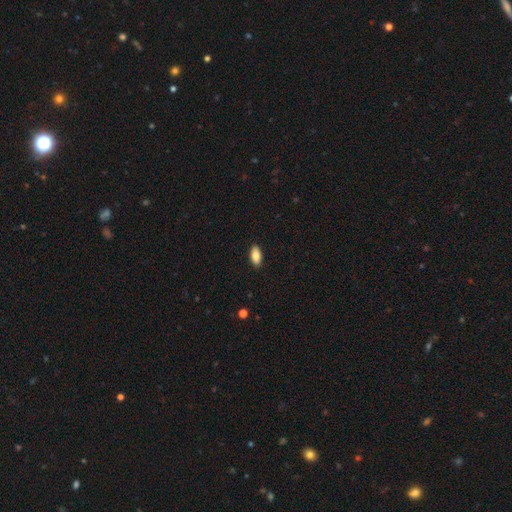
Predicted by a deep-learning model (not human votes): smooth_or_featured: smooth (p=0.84) [alt: featured or disk p=0.09]
how_rounded: in between (p=0.91) [alt: cigar-shaped p=0.07]
merging: none (p=0.90) [alt: minor disturbance p=0.07]